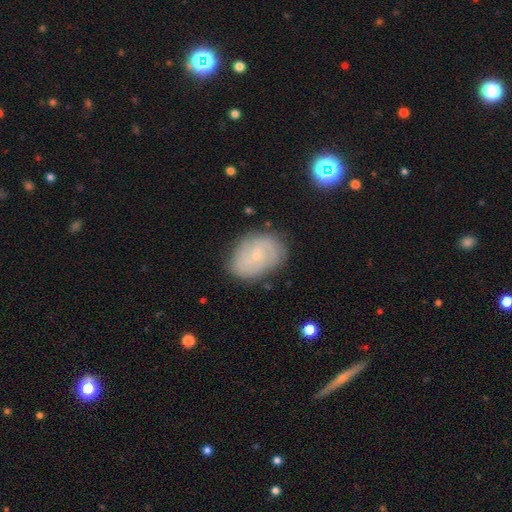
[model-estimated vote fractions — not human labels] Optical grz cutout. It shows a featured or disk galaxy (60%) with no bar (71%), spiral arms (79%) and a small central bulge (82%). Merging: none (75%).